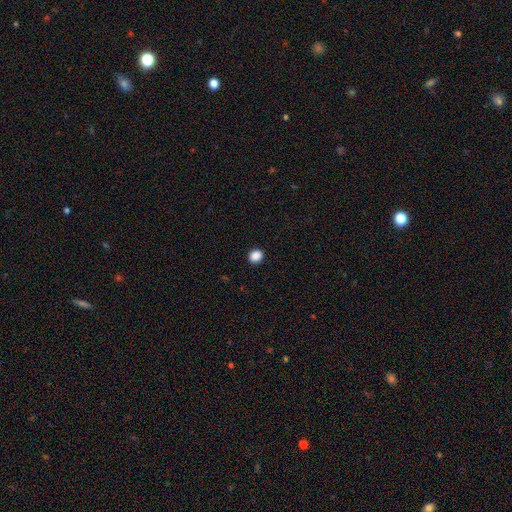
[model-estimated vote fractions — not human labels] smooth-or-featured: smooth: 88% | star or artifact: 9% | featured or disk: 2%
  how-rounded: round: 75% | in between: 24% | cigar-shaped: 1%
  merging: none: 92% | minor disturbance: 5% | major disturbance: 2% | merger: 1%